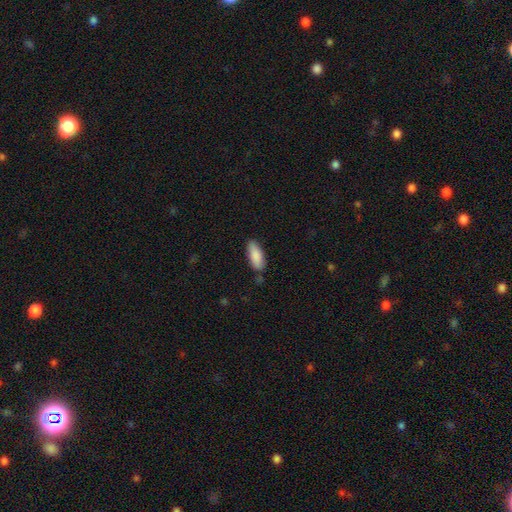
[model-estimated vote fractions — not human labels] Smooth or featured? Predicted: smooth (p=0.88). How rounded? Predicted: in between (p=0.76). Merging? Predicted: none (p=0.80).